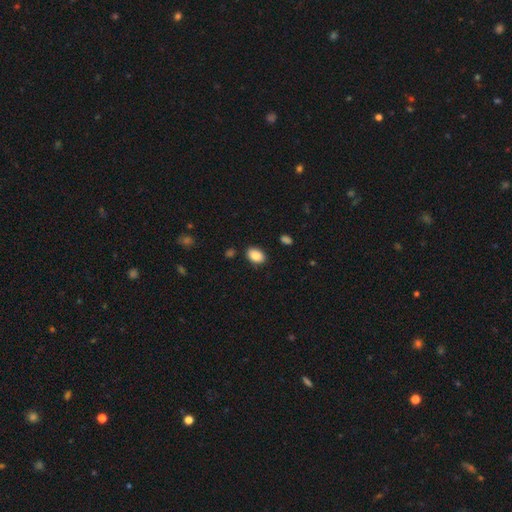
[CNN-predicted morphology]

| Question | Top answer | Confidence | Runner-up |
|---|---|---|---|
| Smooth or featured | smooth | 87% | star or artifact (8%) |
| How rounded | in between | 84% | round (15%) |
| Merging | none | 86% | minor disturbance (9%) |